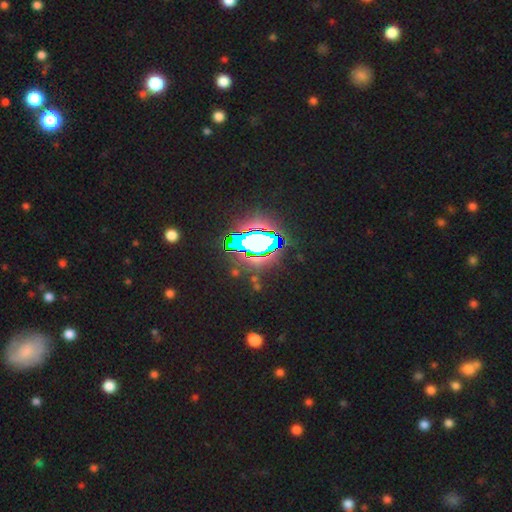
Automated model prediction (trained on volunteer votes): Smooth or featured?
  - star or artifact: 72% *
  - smooth: 16%
  - featured or disk: 12%